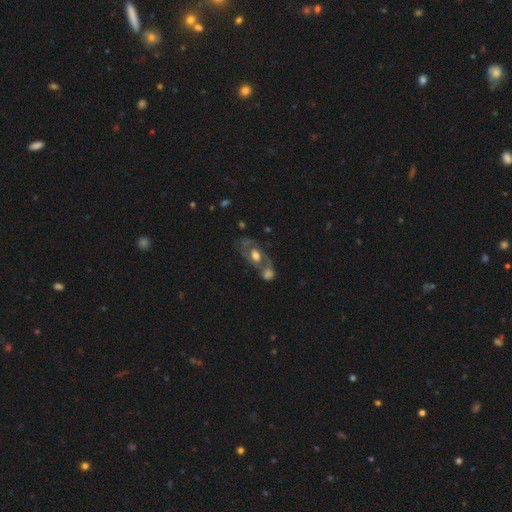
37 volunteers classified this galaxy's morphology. smooth-or-featured: featured or disk: 54% | smooth: 38% | star or artifact: 8%
  disk-edge-on: no: 95% | yes: 5%
    bar: no: 47% | weak: 37% | strong: 16%
    has-spiral-arms: yes: 63% | no: 37%
      spiral-winding: tight: 42% | loose: 33% | medium: 25%
      spiral-arm-count: 2: 67% | can't tell: 17% | 1: 8% | 4: 8% | 3: 0% | more than 4: 0%
    bulge-size: moderate: 68% | large: 16% | small: 11% | none: 5% | dominant: 0%
  merging: merger: 59% | none: 24% | minor disturbance: 12% | major disturbance: 6%